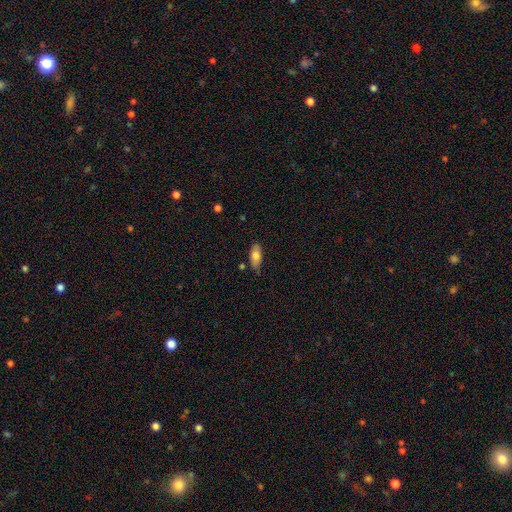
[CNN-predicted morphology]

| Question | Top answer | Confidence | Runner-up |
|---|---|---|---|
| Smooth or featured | smooth | 77% | featured or disk (16%) |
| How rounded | in between | 83% | cigar-shaped (14%) |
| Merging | none | 81% | minor disturbance (14%) |